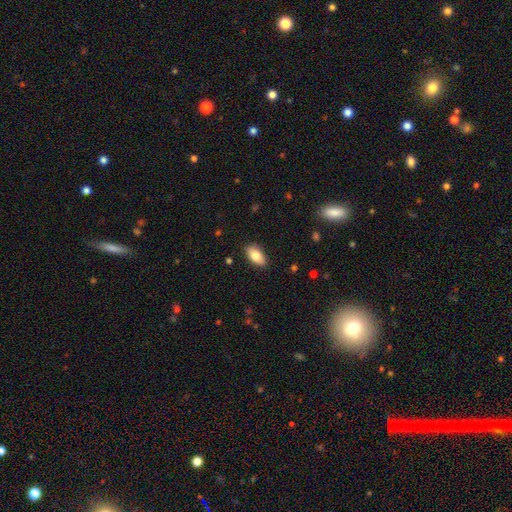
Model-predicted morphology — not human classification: smooth 82%, featured or disk 11%, star or artifact 7%. Down the decision tree: how rounded — in between (91%); merging — none (87%).